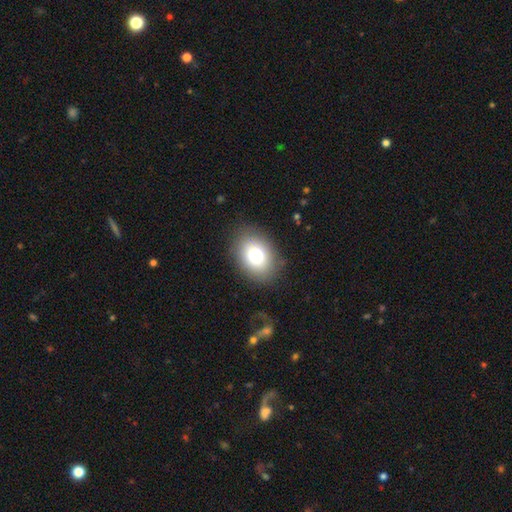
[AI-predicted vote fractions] Smooth or featured?
  - smooth: 78% *
  - featured or disk: 12%
  - star or artifact: 10%
How rounded?
  - in between: 68% *
  - round: 31%
  - cigar-shaped: 1%
Merging?
  - none: 84% *
  - minor disturbance: 10%
  - major disturbance: 4%
  - merger: 1%